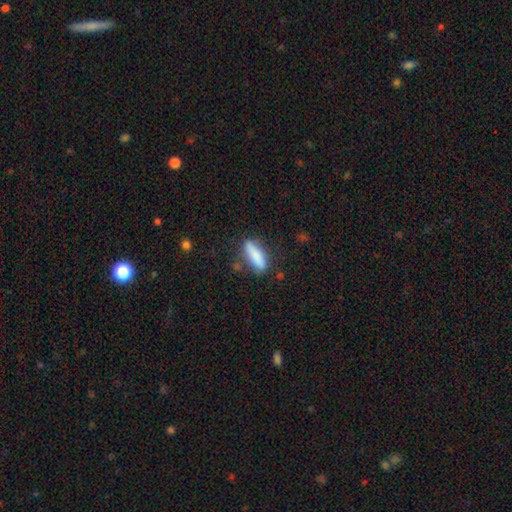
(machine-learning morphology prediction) smooth 80%, featured or disk 13%, star or artifact 7%. Down the decision tree: how rounded — cigar-shaped (54%); merging — none (74%).